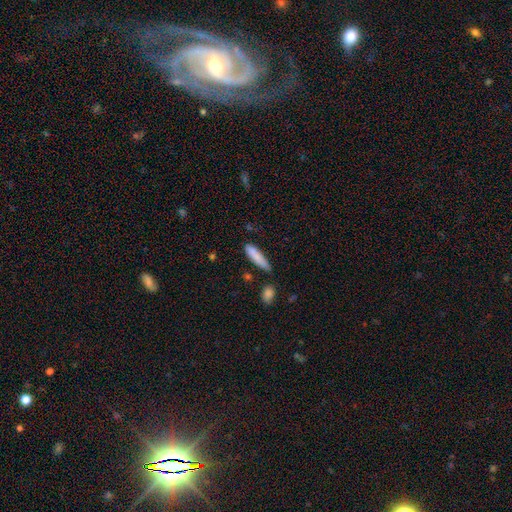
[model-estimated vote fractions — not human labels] This appears to be a smooth galaxy with no disk features (83%) that is cigar-shaped (72%). Merging: none (67%).